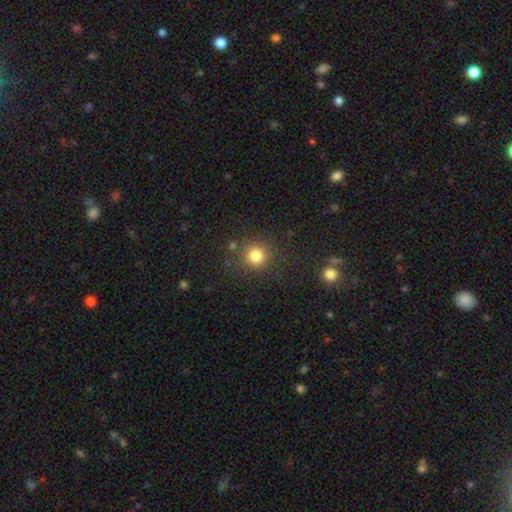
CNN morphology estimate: Smooth or featured? smooth (81%)
How rounded? round (93%)
Merging? none (85%)